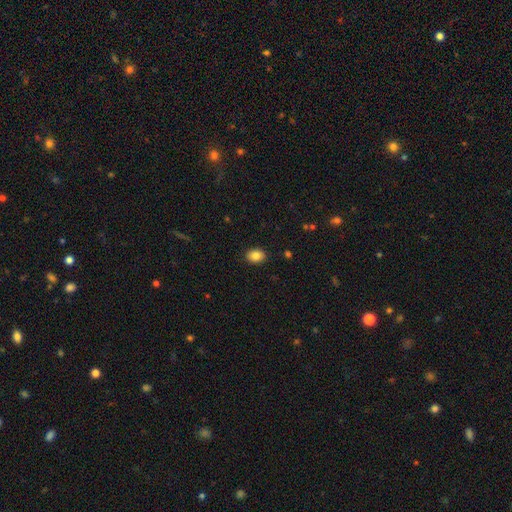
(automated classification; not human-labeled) smooth_or_featured: smooth (p=0.85) [alt: star or artifact p=0.09]
how_rounded: in between (p=0.62) [alt: round p=0.37]
merging: none (p=0.90) [alt: minor disturbance p=0.07]